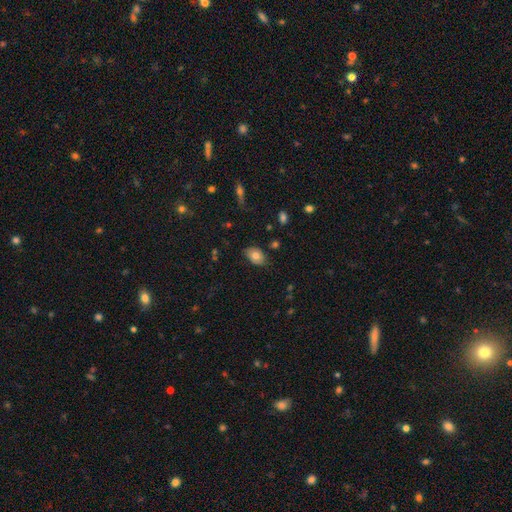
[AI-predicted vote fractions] smooth_or_featured: smooth (p=0.73) [alt: featured or disk p=0.19]
how_rounded: in between (p=0.84) [alt: round p=0.15]
merging: none (p=0.77) [alt: minor disturbance p=0.18]